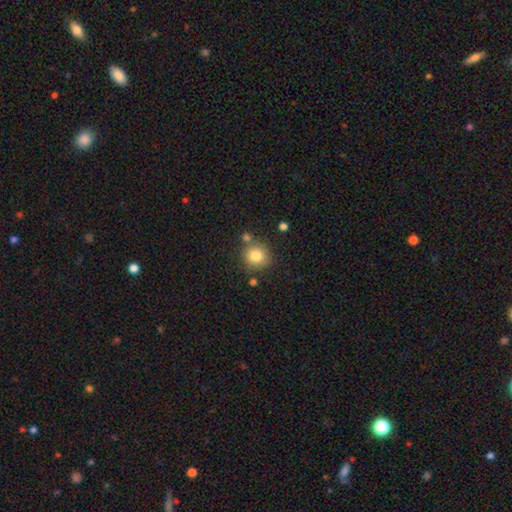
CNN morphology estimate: This appears to be a smooth galaxy with no disk features (81%) that is round (88%). Merging: none (74%).